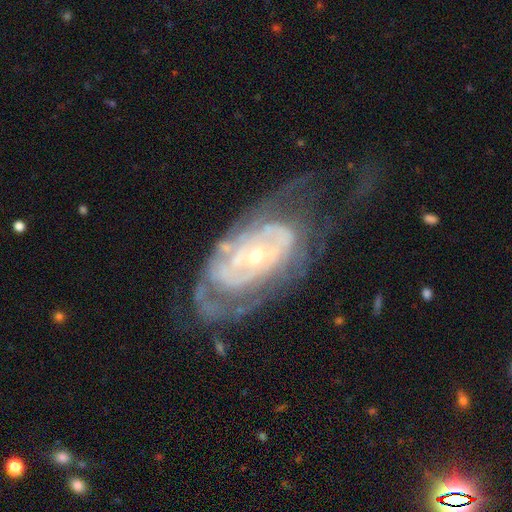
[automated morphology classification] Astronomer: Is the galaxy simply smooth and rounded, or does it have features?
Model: featured or disk — 84%.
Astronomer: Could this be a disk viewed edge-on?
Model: no — 94%.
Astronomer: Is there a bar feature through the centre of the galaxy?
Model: no — 66%.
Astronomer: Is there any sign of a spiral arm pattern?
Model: yes — 80%.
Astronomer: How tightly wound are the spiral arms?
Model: tight — 63%.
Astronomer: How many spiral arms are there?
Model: can't tell — 47% (runner-up: 2, 30%).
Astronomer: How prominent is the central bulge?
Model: small — 66%.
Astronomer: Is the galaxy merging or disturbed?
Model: none — 43% (runner-up: major disturbance, 32%).